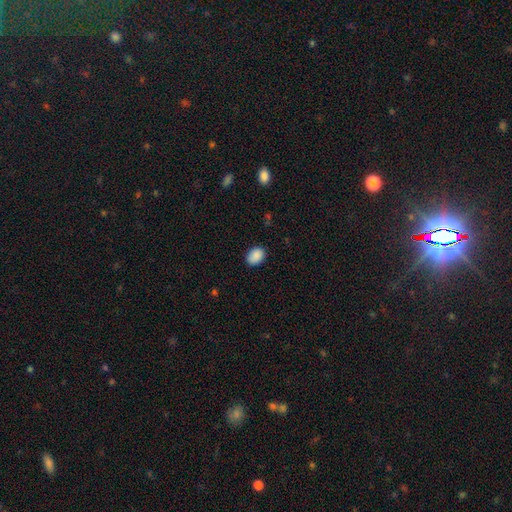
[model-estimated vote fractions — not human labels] A smooth galaxy with no disk features (89%) that is in between round and cigar-shaped (69%).

Vote fractions:
- Smooth or featured? smooth: 89% / star or artifact: 8% / featured or disk: 3%
- How rounded? in between: 69% / round: 30% / cigar-shaped: 1%
- Merging? none: 86% / minor disturbance: 10% / major disturbance: 2% / merger: 1%